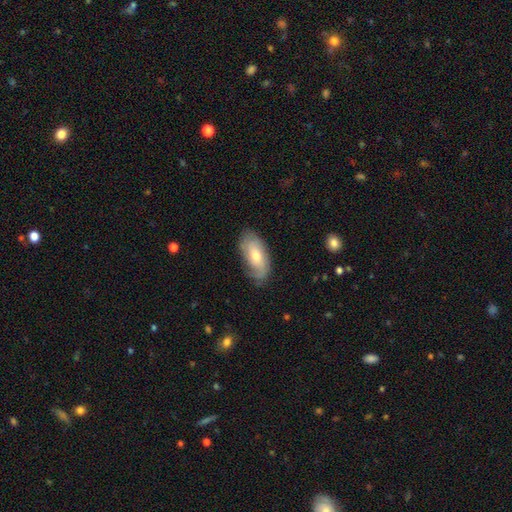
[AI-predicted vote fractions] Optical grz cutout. It shows a smooth galaxy with no disk features (50%) that is in between round and cigar-shaped (90%). Merging: none (73%).